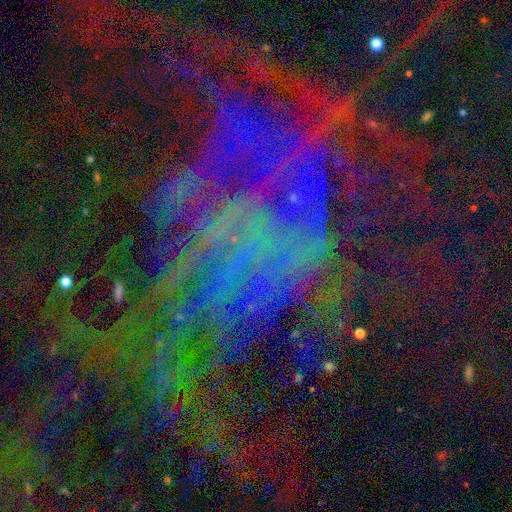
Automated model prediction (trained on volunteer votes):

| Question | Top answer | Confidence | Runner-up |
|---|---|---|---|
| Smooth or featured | star or artifact | 55% | featured or disk (34%) |